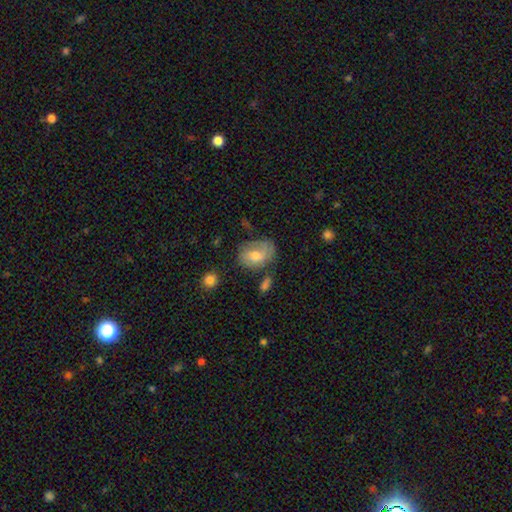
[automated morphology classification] type=smooth (62%); roundness=in between (76%); merging=none (50%).